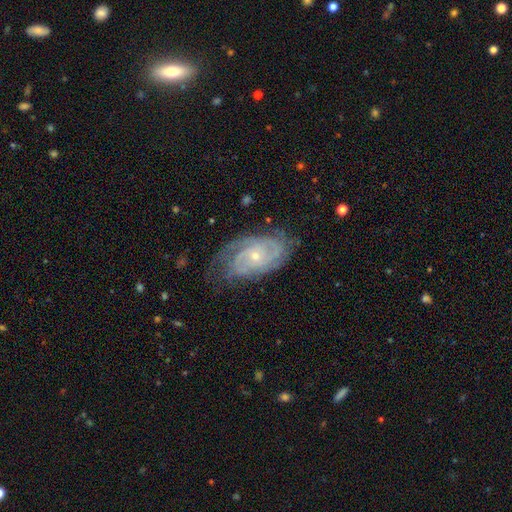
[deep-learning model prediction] This is clearly a featured or disk galaxy (88%). It is clearly not viewed edge-on (96%). Bar: likely no (72%). Spiral arm pattern: clearly yes (97%). Spiral arm count: marginally 2 (35%). Spiral winding: likely tight (67%). Central bulge: likely small (71%). Merging: likely none (69%).